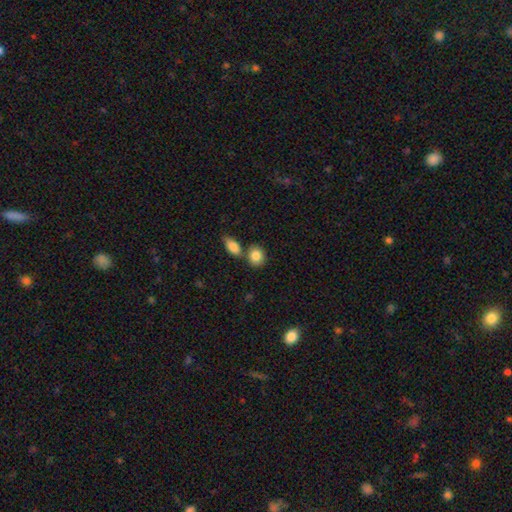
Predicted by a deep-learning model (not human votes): Morphology: type=smooth (85%); roundness=round (60%); merging=none (58%).